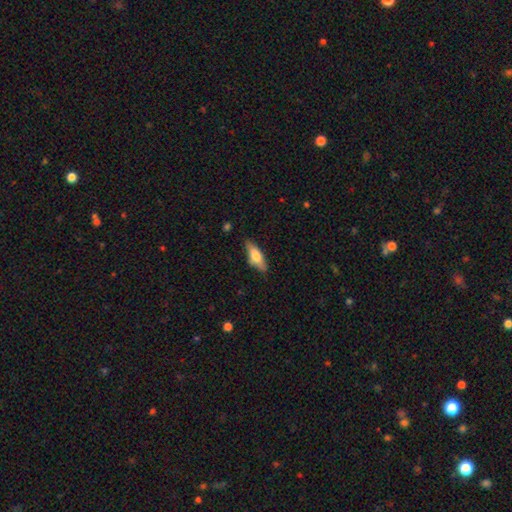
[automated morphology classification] smooth_or_featured: smooth (p=0.66) [alt: featured or disk p=0.28]
how_rounded: in between (p=0.57) [alt: cigar-shaped p=0.40]
merging: none (p=0.78) [alt: minor disturbance p=0.17]